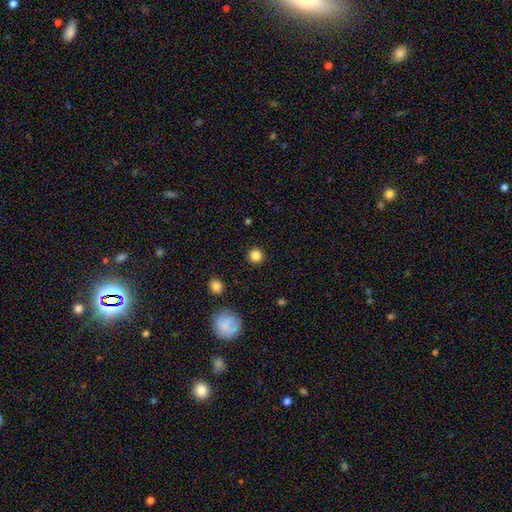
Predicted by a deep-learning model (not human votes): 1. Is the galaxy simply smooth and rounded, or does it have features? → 85% smooth, 12% star or artifact, 4% featured or disk.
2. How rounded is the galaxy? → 95% round, 4% in between, 1% cigar-shaped.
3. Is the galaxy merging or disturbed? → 92% none, 5% minor disturbance, 2% major disturbance, 1% merger.